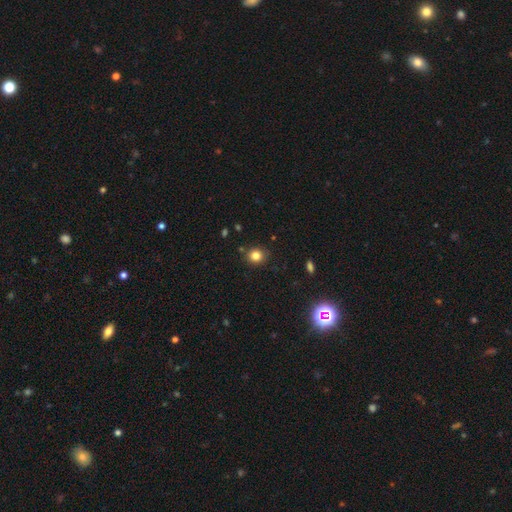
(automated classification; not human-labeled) Q: Smooth or featured?
A: smooth (82%); runner-up: star or artifact (12%)
Q: How rounded?
A: round (79%); runner-up: in between (20%)
Q: Merging?
A: none (85%); runner-up: minor disturbance (10%)